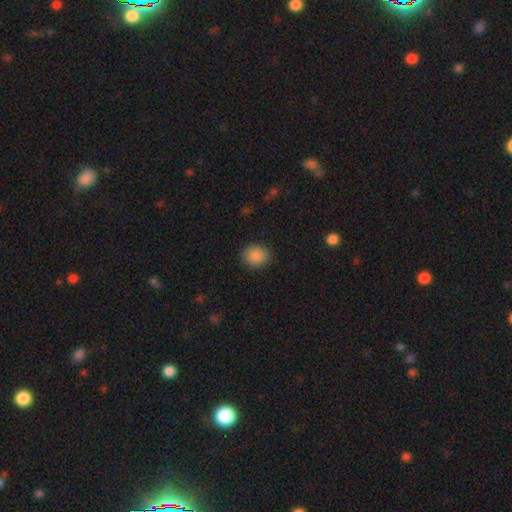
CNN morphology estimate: Smooth or featured? smooth (88%)
How rounded? round (70%)
Merging? none (87%)